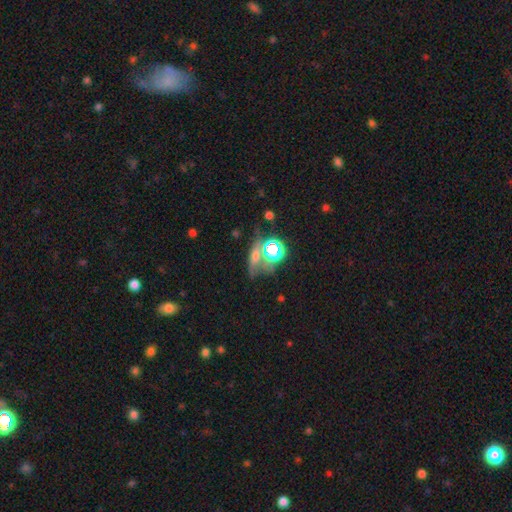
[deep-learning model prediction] smooth-or-featured: smooth: 41% | star or artifact: 37% | featured or disk: 23%
  merging: none: 51% | merger: 20% | minor disturbance: 16% | major disturbance: 14%